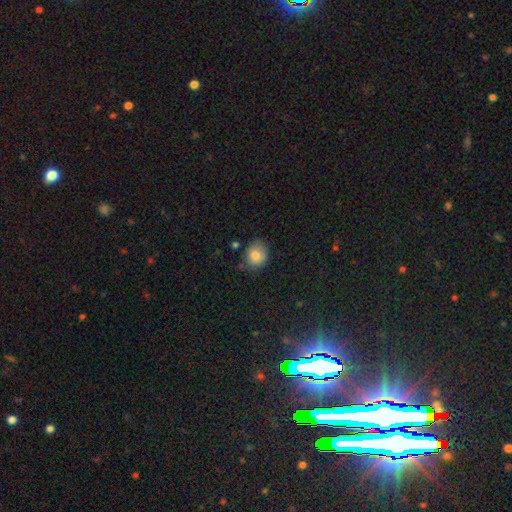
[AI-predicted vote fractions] Overall: smooth (82%). How rounded: round (65%; in between 34%). Merging: none (67%).